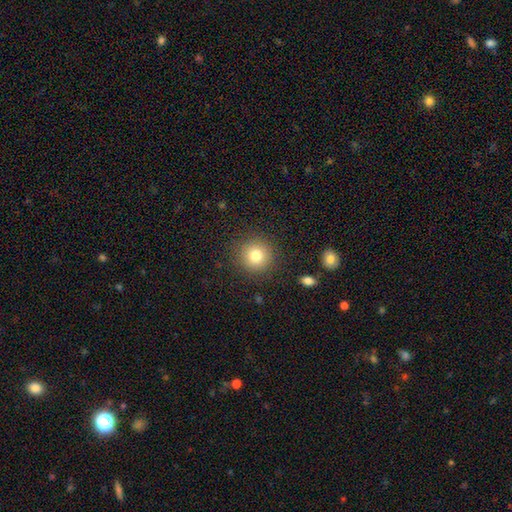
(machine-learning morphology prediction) Overall: smooth (80%). How rounded: round (94%). Merging: none (89%).